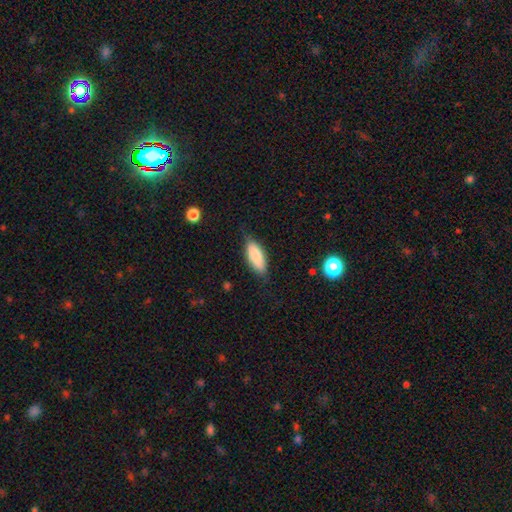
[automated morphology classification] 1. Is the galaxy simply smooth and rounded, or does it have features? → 80% smooth, 13% featured or disk, 6% star or artifact.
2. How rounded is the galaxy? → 73% in between, 26% cigar-shaped, 2% round.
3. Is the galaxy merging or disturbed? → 75% none, 20% minor disturbance, 4% major disturbance, 1% merger.